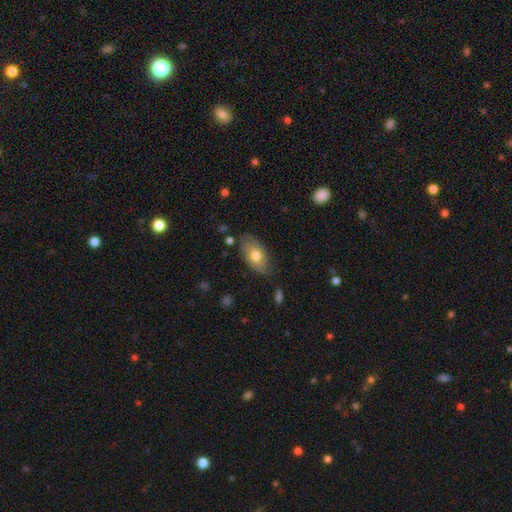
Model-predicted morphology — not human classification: A smooth galaxy with no disk features (72%) that is in between round and cigar-shaped (92%). Merging: none (76%).